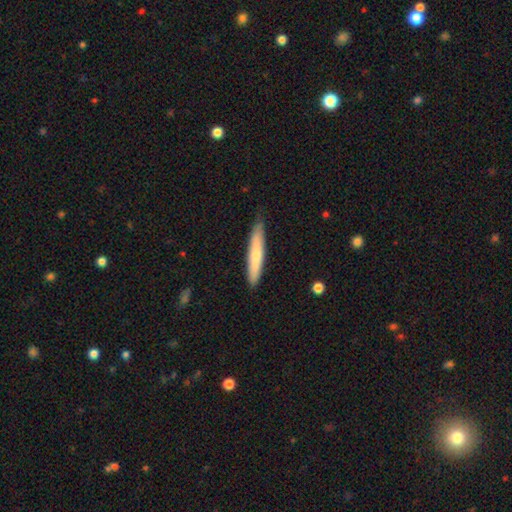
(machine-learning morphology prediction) type=smooth (66%); roundness=cigar-shaped (91%); merging=none (81%).